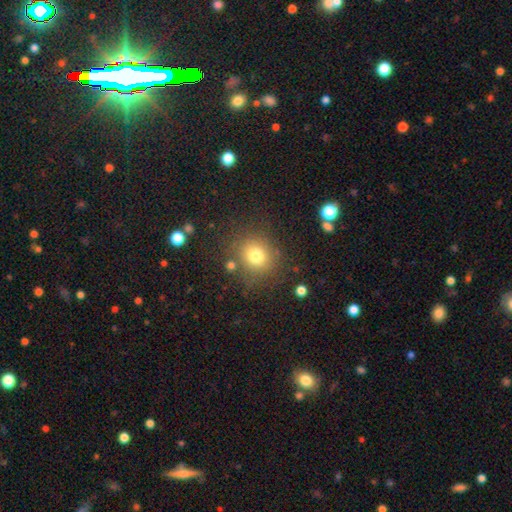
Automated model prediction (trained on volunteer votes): Q: Smooth or featured?
A: smooth (76%); runner-up: star or artifact (14%)
Q: How rounded?
A: round (83%); runner-up: in between (16%)
Q: Merging?
A: none (80%); runner-up: minor disturbance (11%)